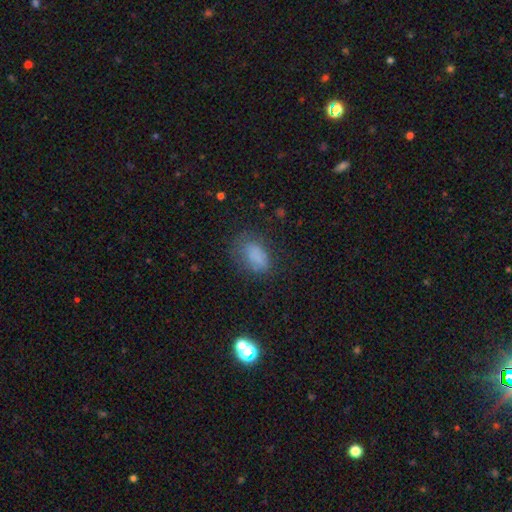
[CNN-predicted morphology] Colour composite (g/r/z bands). It shows a smooth galaxy with no disk features (73%) that is in between round and cigar-shaped (84%). Merging: none (57%).